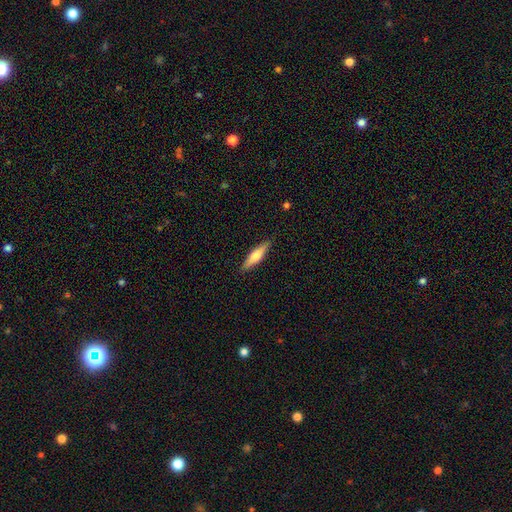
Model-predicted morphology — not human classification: Smooth or featured: smooth — 56% (featured or disk — 39%)
How rounded: cigar-shaped — 77% (in between — 22%)
Merging: none — 89% (minor disturbance — 8%)